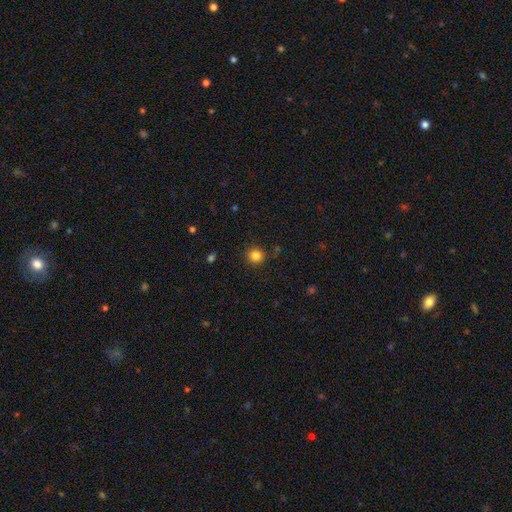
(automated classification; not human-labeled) This appears to be a smooth galaxy with no disk features (83%) that is round (90%). Merging: none (88%).